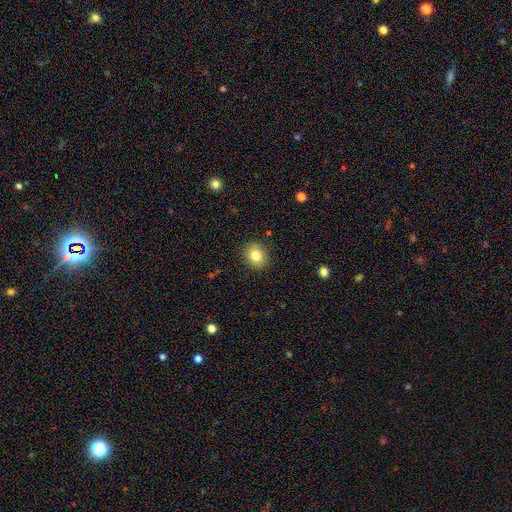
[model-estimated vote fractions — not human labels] This is clearly a smooth galaxy (82%). How rounded: likely round (70%). Merging: clearly none (88%).